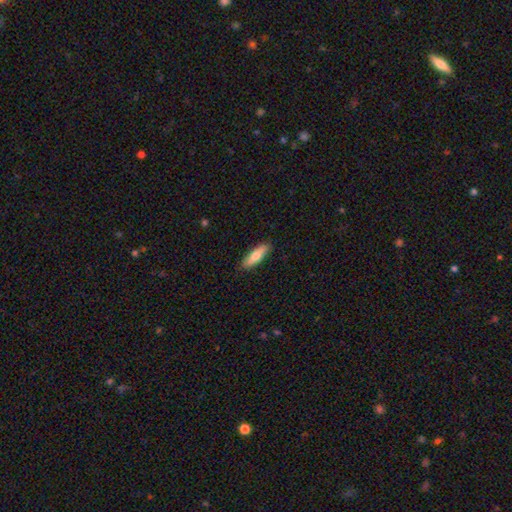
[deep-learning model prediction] Q: Smooth or featured?
A: smooth (73%); runner-up: featured or disk (21%)
Q: How rounded?
A: cigar-shaped (60%); runner-up: in between (39%)
Q: Merging?
A: none (88%); runner-up: minor disturbance (10%)